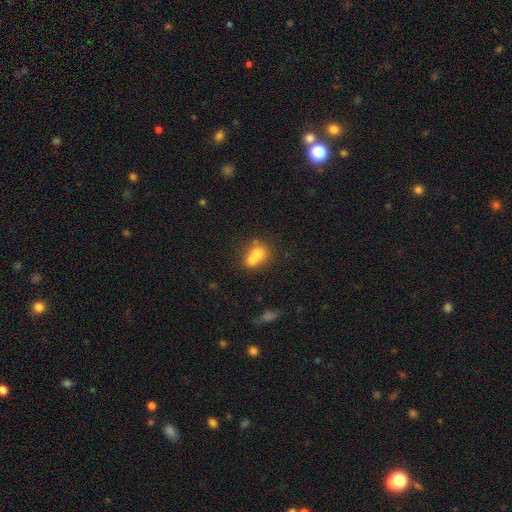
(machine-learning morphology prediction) Q: Smooth or featured?
A: smooth (68%); runner-up: featured or disk (22%)
Q: How rounded?
A: round (61%); runner-up: in between (38%)
Q: Merging?
A: merger (66%); runner-up: none (24%)